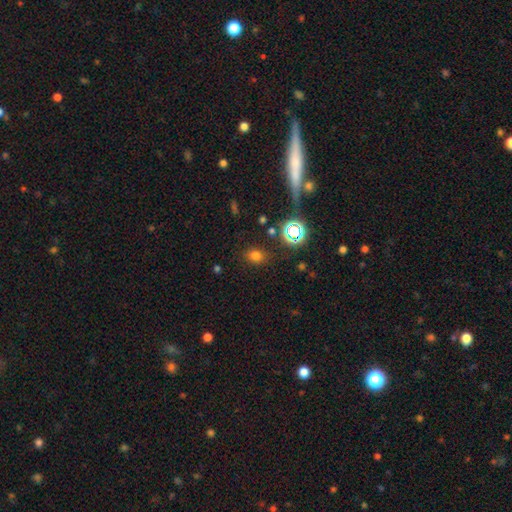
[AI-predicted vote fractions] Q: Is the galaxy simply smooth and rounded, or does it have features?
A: smooth — 69%.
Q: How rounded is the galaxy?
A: round — 52%.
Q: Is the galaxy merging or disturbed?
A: none — 82%.